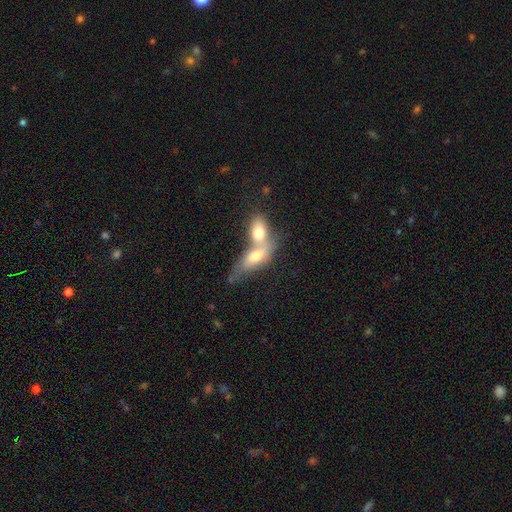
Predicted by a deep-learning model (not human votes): smooth-or-featured: smooth: 66% | featured or disk: 27% | star or artifact: 7%
  how-rounded: in between: 80% | cigar-shaped: 14% | round: 7%
  merging: merger: 74% | none: 15% | minor disturbance: 6% | major disturbance: 5%